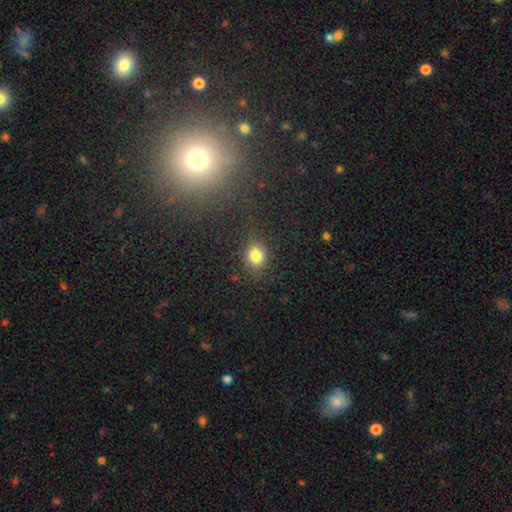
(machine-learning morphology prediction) Overall: smooth (81%). How rounded: round (67%; in between 31%). Merging: none (80%).